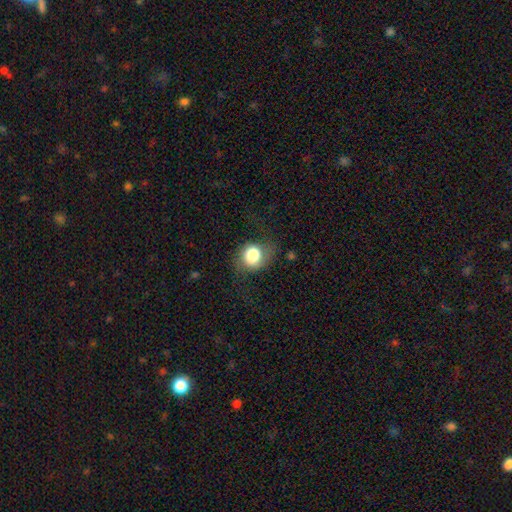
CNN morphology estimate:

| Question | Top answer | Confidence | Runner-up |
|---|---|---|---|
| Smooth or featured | smooth | 73% | featured or disk (18%) |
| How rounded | round | 64% | in between (35%) |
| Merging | none | 60% | minor disturbance (23%) |